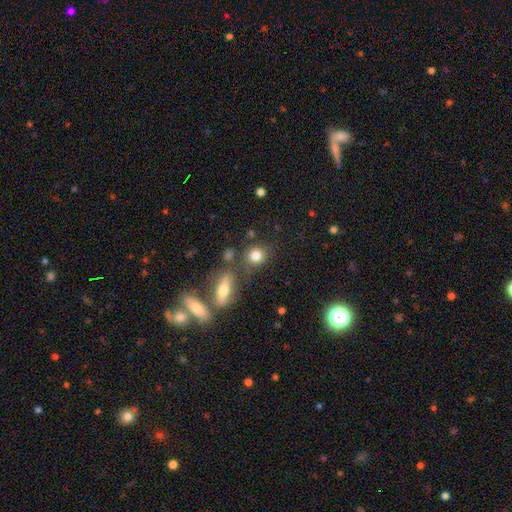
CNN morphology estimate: This appears to be a smooth galaxy with no disk features (80%) that is round (76%). Merging: none (68%).